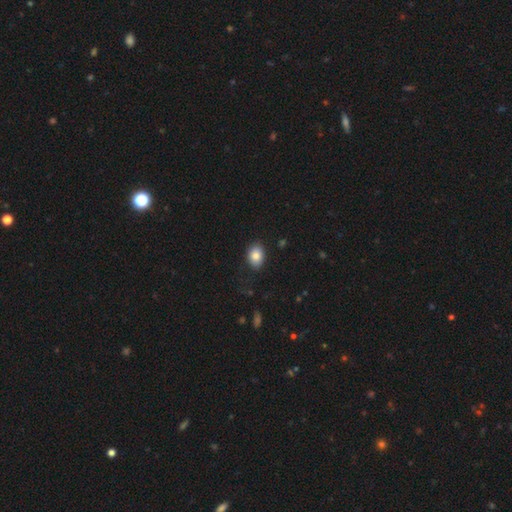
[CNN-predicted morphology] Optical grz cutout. It shows a smooth galaxy with no disk features (84%) that is in between round and cigar-shaped (75%). Merging: none (85%).